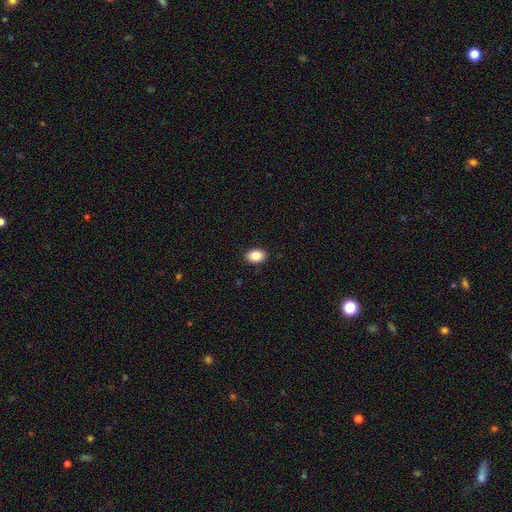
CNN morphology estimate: Smooth or featured? smooth (86%)
How rounded? in between (78%)
Merging? none (90%)